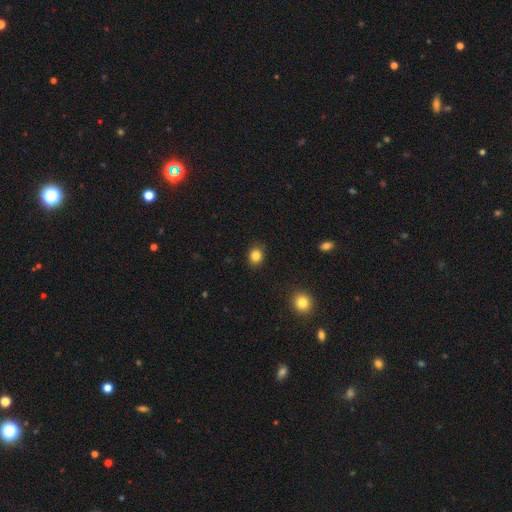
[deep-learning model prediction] smooth-or-featured: smooth: 84% | star or artifact: 11% | featured or disk: 5%
  how-rounded: round: 67% | in between: 32% | cigar-shaped: 1%
  merging: none: 88% | minor disturbance: 9% | major disturbance: 2% | merger: 1%